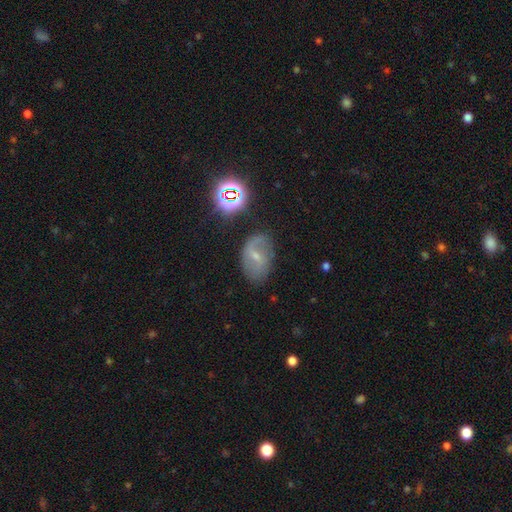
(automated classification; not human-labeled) Q: Smooth or featured?
A: featured or disk (60%); runner-up: smooth (25%)
Q: Edge-on disk?
A: no (96%); runner-up: yes (4%)
Q: Bar?
A: weak (51%); runner-up: no (26%)
Q: Spiral arms?
A: yes (77%); runner-up: no (23%)
Q: Bulge size?
A: small (67%); runner-up: moderate (25%)
Q: Merging?
A: none (65%); runner-up: minor disturbance (23%)